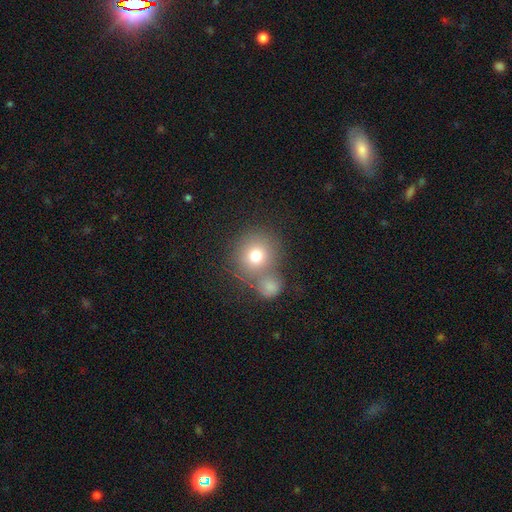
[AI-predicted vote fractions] This appears to be a smooth galaxy with no disk features (76%) that is round (87%). Merging: none (54%).